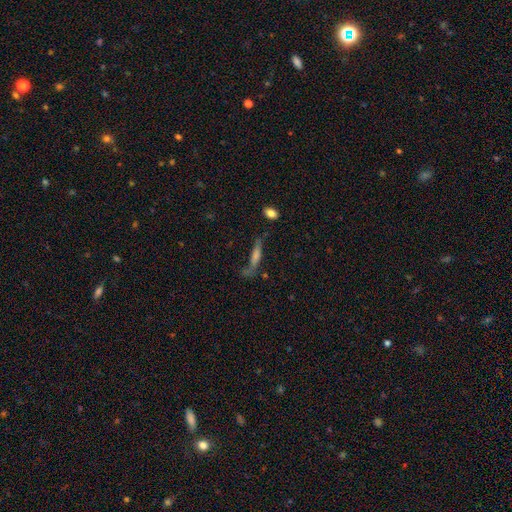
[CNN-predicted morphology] This is possibly a featured or disk galaxy (52%). It is clearly viewed edge-on (80%). Merging: possibly none (56%).